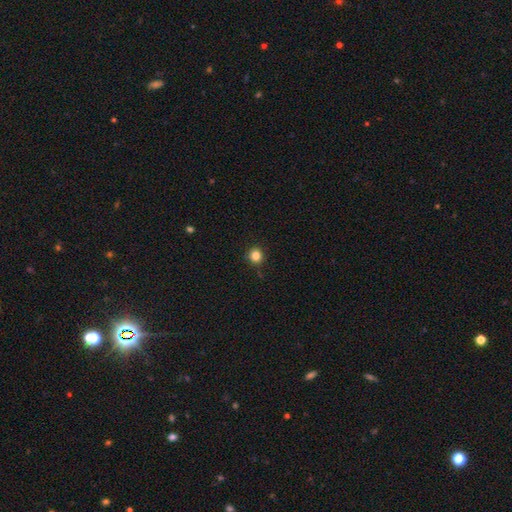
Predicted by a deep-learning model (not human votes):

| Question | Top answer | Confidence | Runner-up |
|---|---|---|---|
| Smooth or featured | smooth | 83% | star or artifact (12%) |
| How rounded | round | 94% | in between (5%) |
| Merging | none | 89% | minor disturbance (8%) |